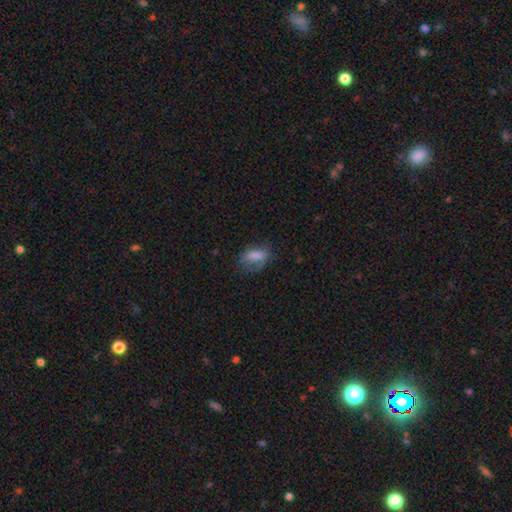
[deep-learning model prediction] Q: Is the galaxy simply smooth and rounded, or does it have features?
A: smooth — 72%.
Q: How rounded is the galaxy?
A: in between — 81%.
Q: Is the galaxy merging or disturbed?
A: none — 49%.